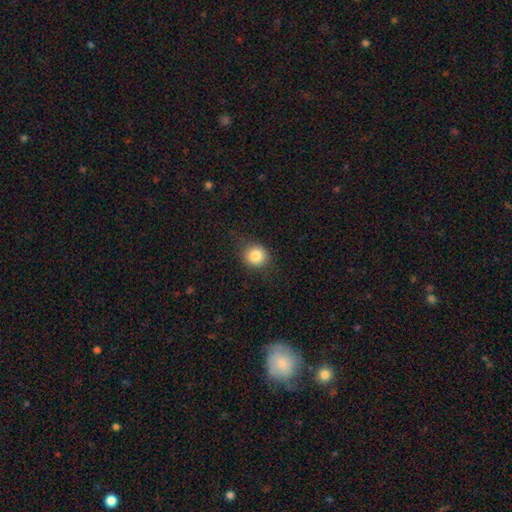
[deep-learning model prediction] Smooth or featured?
  - smooth: 84% *
  - star or artifact: 10%
  - featured or disk: 6%
How rounded?
  - round: 86% *
  - in between: 13%
  - cigar-shaped: 1%
Merging?
  - none: 84% *
  - minor disturbance: 12%
  - major disturbance: 3%
  - merger: 1%